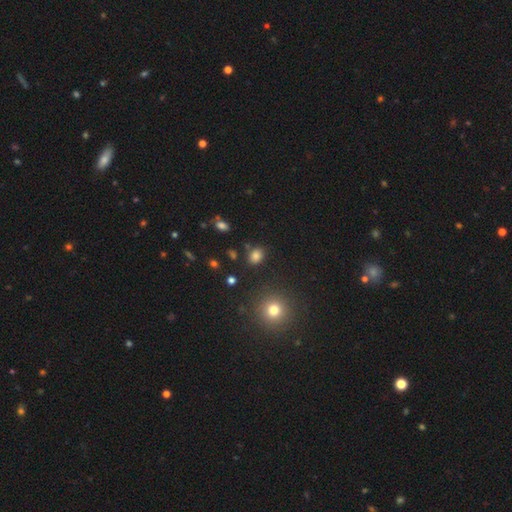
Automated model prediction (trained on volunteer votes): smooth_or_featured: smooth (p=0.80) [alt: star or artifact p=0.15]
how_rounded: in between (p=0.50) [alt: round p=0.49]
merging: none (p=0.82) [alt: minor disturbance p=0.11]